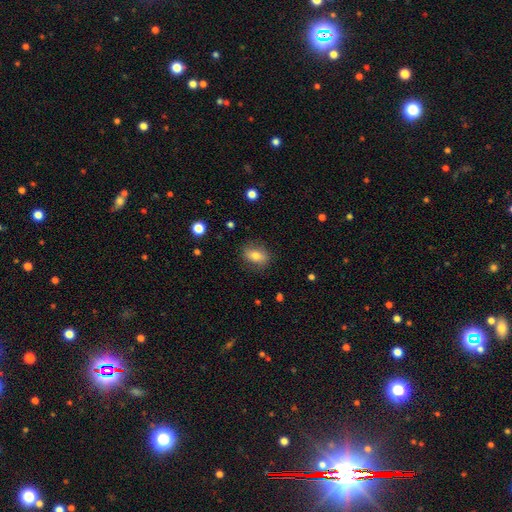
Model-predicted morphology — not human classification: Overall: smooth (73%). How rounded: in between (73%). Merging: none (80%).